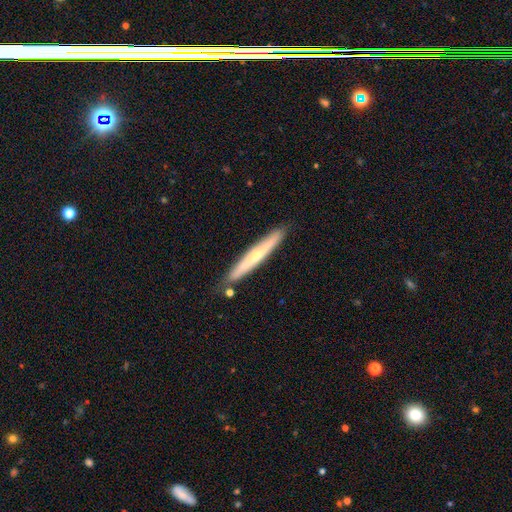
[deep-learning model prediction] Smooth or featured? Predicted: featured or disk (p=0.56). Edge-on disk? Predicted: yes (p=0.92). Edge-on bulge? Predicted: rounded (p=0.71). Merging? Predicted: none (p=0.86).